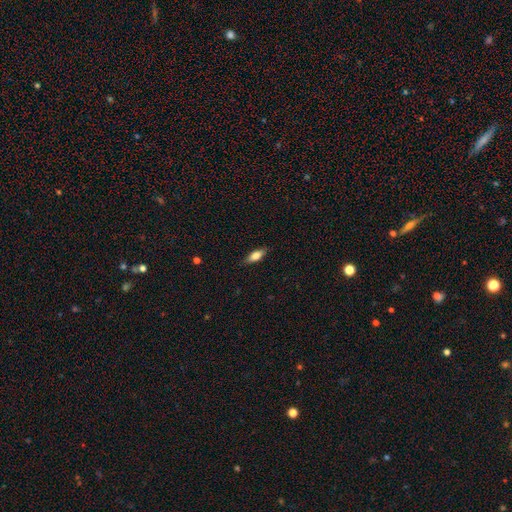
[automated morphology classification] smooth 74%, featured or disk 19%, star or artifact 7%. Down the decision tree: how rounded — in between (70%); merging — none (84%).